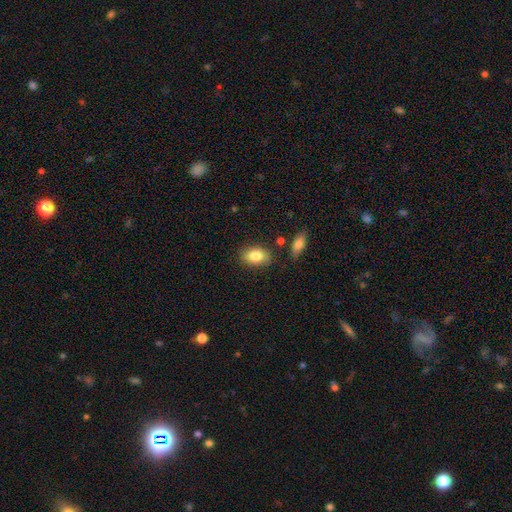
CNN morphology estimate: A smooth galaxy with no disk features (83%) that is in between round and cigar-shaped (85%).

Vote fractions:
- Smooth or featured? smooth: 83% / featured or disk: 10% / star or artifact: 7%
- How rounded? in between: 85% / round: 14% / cigar-shaped: 2%
- Merging? none: 81% / minor disturbance: 12% / merger: 4% / major disturbance: 3%